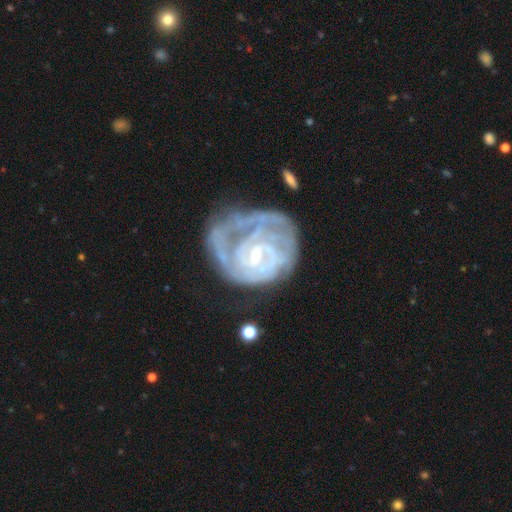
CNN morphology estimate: Overall: featured or disk (84%). Edge-on disk: no (98%). Bar: no (48%; weak 42%). Spiral arms: yes (89%). Spiral arm count: can't tell (39%; 2 26%). Spiral winding: tight (65%; medium 26%). Bulge size: small (74%). Merging: none (39%; major disturbance 31%).